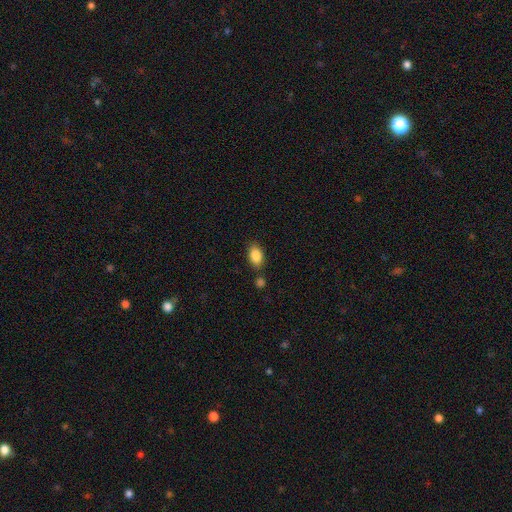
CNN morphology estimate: Smooth or featured?
  - smooth: 87% *
  - star or artifact: 8%
  - featured or disk: 5%
How rounded?
  - in between: 90% *
  - round: 8%
  - cigar-shaped: 2%
Merging?
  - none: 75% *
  - minor disturbance: 13%
  - merger: 9%
  - major disturbance: 3%